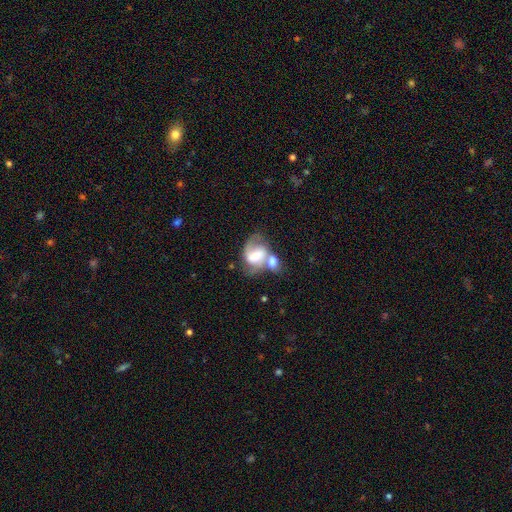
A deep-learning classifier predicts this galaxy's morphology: featured or disk 63%, smooth 30%, star or artifact 7%. Down the decision tree: edge-on disk — no (97%); bar — weak (42%); spiral arms — yes (81%); bulge size — moderate (58%); merging — merger (55%).